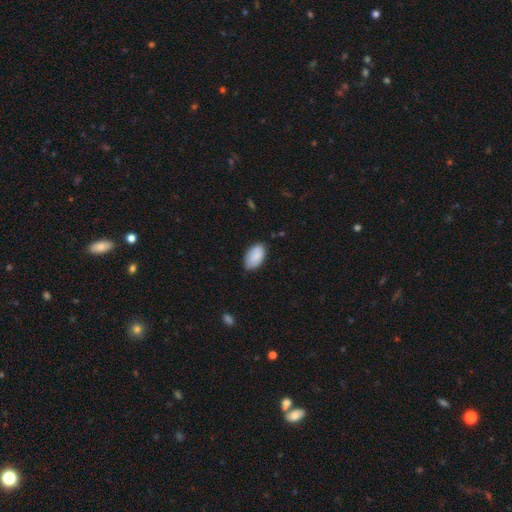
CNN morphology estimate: A smooth galaxy with no disk features (86%) that is in between round and cigar-shaped (95%).

Vote fractions:
- Smooth or featured? smooth: 86% / featured or disk: 8% / star or artifact: 6%
- How rounded? in between: 95% / round: 3% / cigar-shaped: 2%
- Merging? none: 74% / minor disturbance: 21% / major disturbance: 3% / merger: 2%